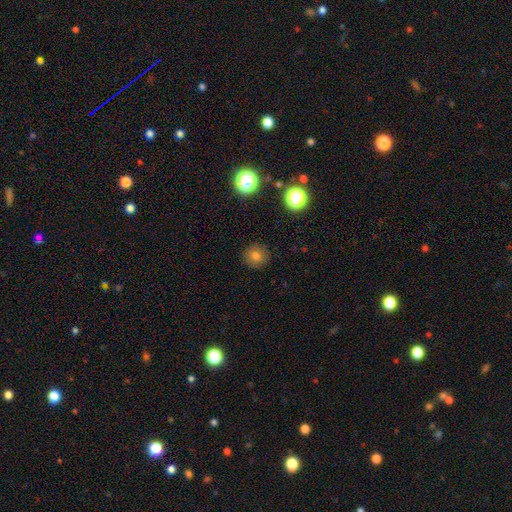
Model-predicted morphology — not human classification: Smooth or featured?
  - smooth: 76% *
  - star or artifact: 15%
  - featured or disk: 9%
How rounded?
  - round: 94% *
  - in between: 5%
  - cigar-shaped: 1%
Merging?
  - none: 90% *
  - minor disturbance: 7%
  - major disturbance: 2%
  - merger: 1%